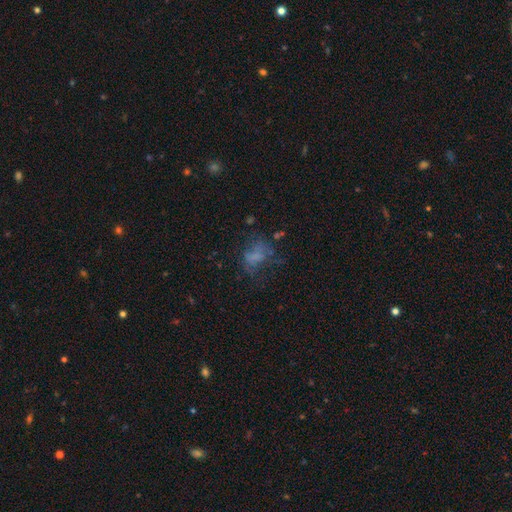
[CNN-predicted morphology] Overall: smooth (46%; featured or disk 32%). Merging: none (40%; major disturbance 35%).